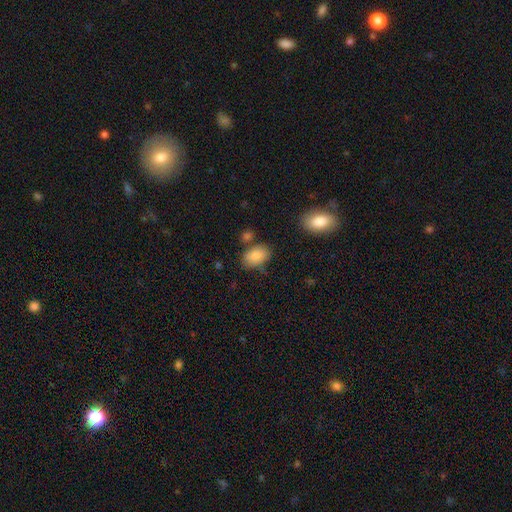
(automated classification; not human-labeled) Morphology: type=smooth (83%); roundness=in between (87%); merging=none (69%).